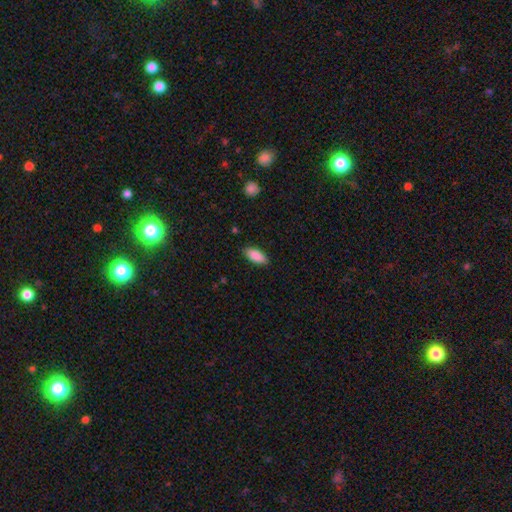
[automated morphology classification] Smooth or featured?
  - smooth: 89% *
  - star or artifact: 6%
  - featured or disk: 5%
How rounded?
  - in between: 85% *
  - cigar-shaped: 13%
  - round: 2%
Merging?
  - none: 87% *
  - minor disturbance: 10%
  - major disturbance: 2%
  - merger: 1%